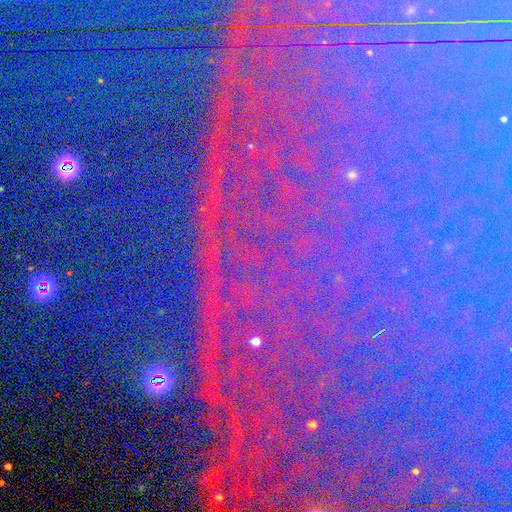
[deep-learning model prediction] Q: Smooth or featured?
A: star or artifact (82%); runner-up: featured or disk (9%)